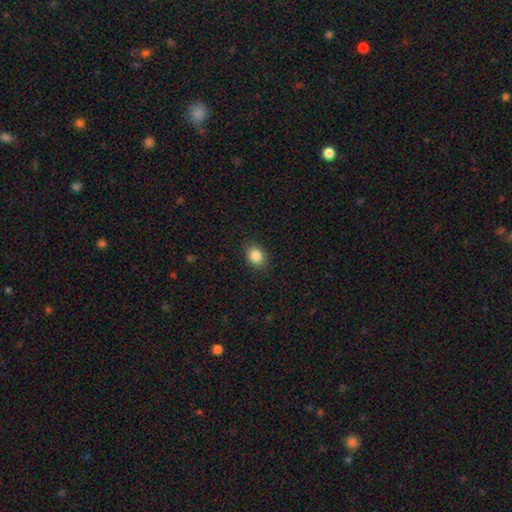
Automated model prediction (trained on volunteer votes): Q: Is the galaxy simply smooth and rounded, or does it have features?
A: smooth — 86%.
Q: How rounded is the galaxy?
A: in between — 57%.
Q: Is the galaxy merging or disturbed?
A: none — 87%.